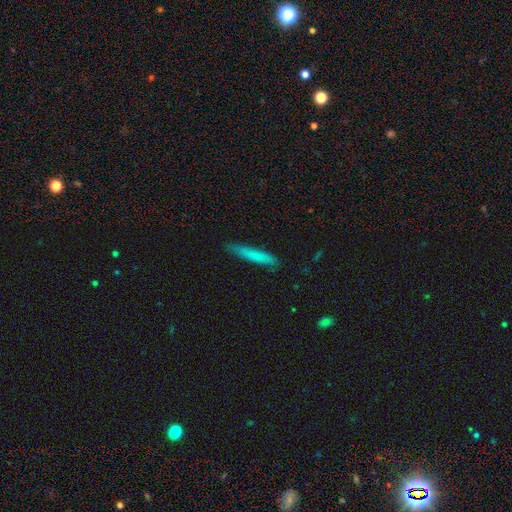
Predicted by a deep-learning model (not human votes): This appears to be a smooth galaxy with no disk features (74%) that is cigar-shaped (94%). Merging: none (83%).